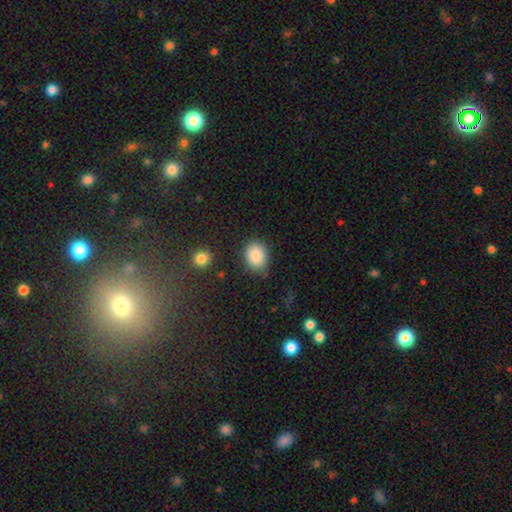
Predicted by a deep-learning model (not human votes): Q: Smooth or featured?
A: smooth (87%); runner-up: star or artifact (8%)
Q: How rounded?
A: in between (60%); runner-up: round (39%)
Q: Merging?
A: none (79%); runner-up: minor disturbance (15%)